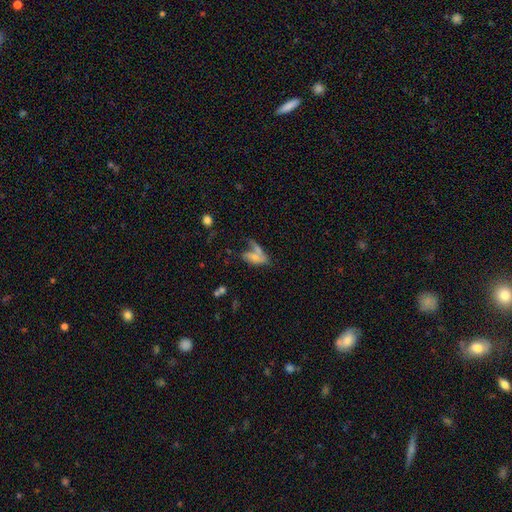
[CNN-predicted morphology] This is possibly a smooth galaxy (59%). How rounded: likely in between (74%). Merging: marginally merger (37%).